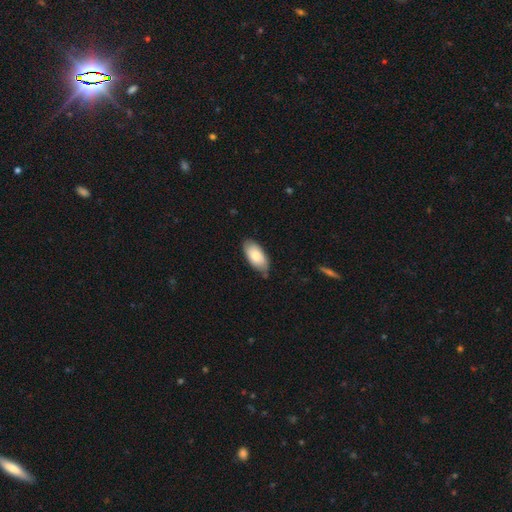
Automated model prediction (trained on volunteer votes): smooth-or-featured: smooth: 77% | featured or disk: 17% | star or artifact: 6%
  how-rounded: in between: 94% | cigar-shaped: 4% | round: 2%
  merging: none: 75% | minor disturbance: 20% | major disturbance: 3% | merger: 2%